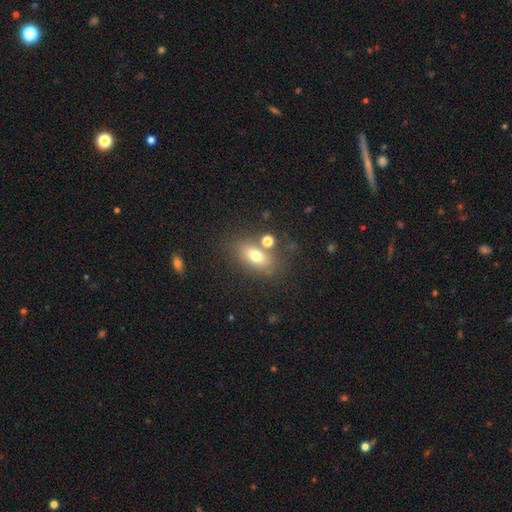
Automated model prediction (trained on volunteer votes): Smooth or featured? Predicted: smooth (p=0.70). How rounded? Predicted: in between (p=0.78). Merging? Predicted: none (p=0.66).